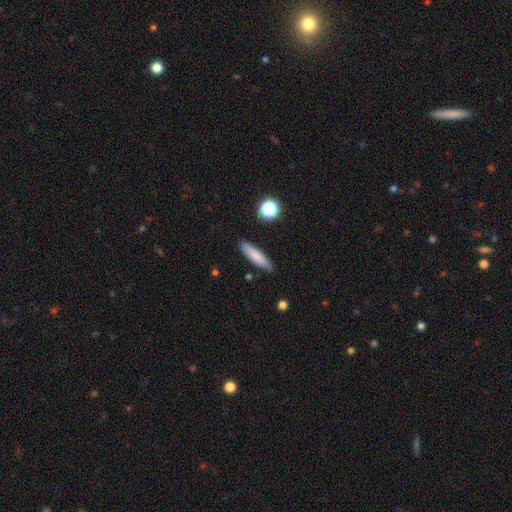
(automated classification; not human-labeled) This is likely a smooth galaxy (79%). How rounded: likely cigar-shaped (76%). Merging: clearly none (86%).